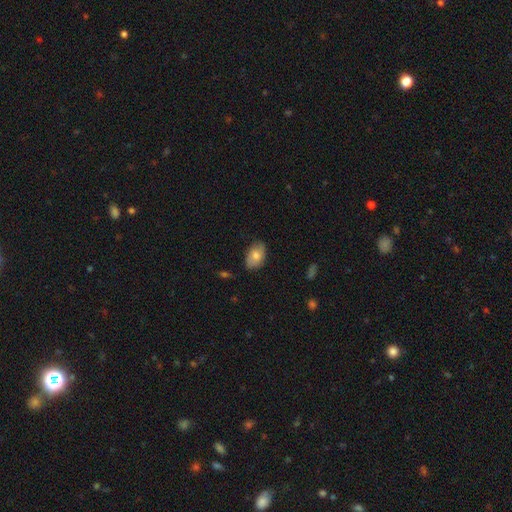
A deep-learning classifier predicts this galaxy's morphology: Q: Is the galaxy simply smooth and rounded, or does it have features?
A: smooth — 77%.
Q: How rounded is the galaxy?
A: in between — 89%.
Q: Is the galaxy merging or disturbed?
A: none — 76%.